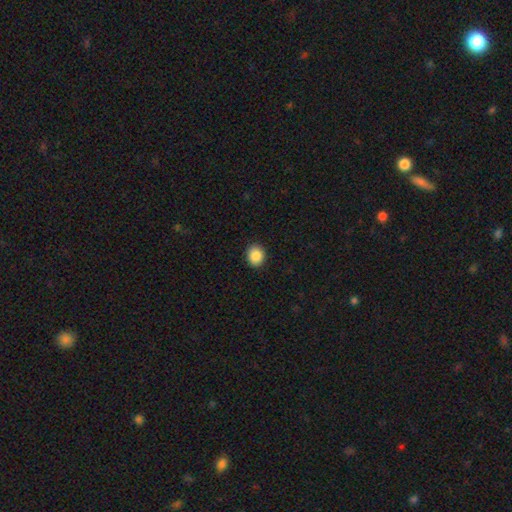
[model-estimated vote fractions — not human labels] Smooth or featured? smooth (89%)
How rounded? round (68%)
Merging? none (91%)